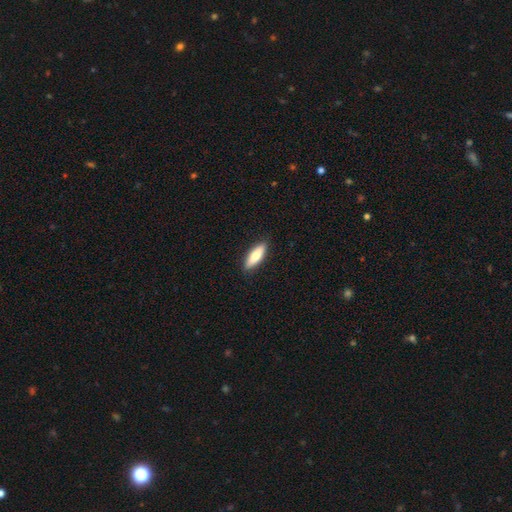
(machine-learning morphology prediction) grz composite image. It shows a smooth galaxy with no disk features (78%) that is in between round and cigar-shaped (50%). Merging: none (89%).